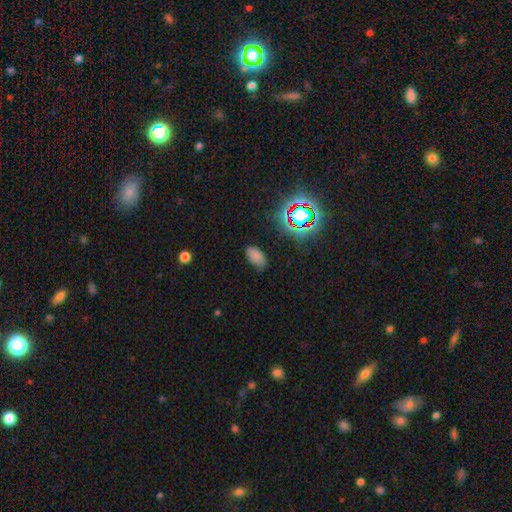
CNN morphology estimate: type=smooth (73%); roundness=in between (93%); merging=none (76%).